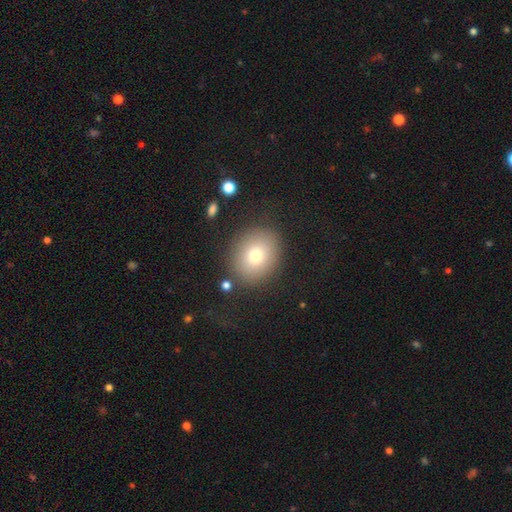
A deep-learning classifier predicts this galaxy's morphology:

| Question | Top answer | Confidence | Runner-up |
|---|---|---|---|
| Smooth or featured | smooth | 74% | featured or disk (14%) |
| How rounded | round | 67% | in between (32%) |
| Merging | none | 83% | minor disturbance (10%) |